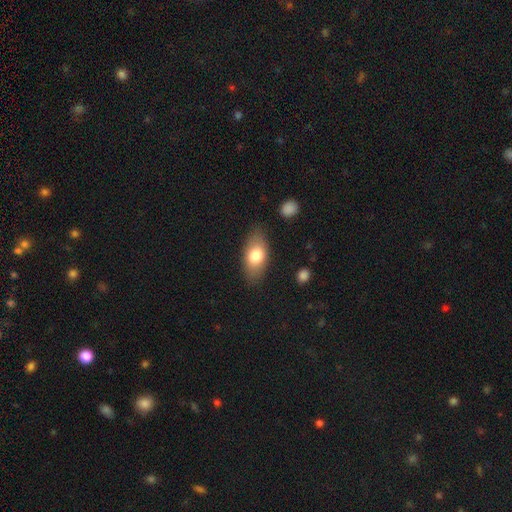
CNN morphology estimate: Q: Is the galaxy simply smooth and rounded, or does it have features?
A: smooth — 75%.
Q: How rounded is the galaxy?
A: in between — 88%.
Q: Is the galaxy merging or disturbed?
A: none — 82%.